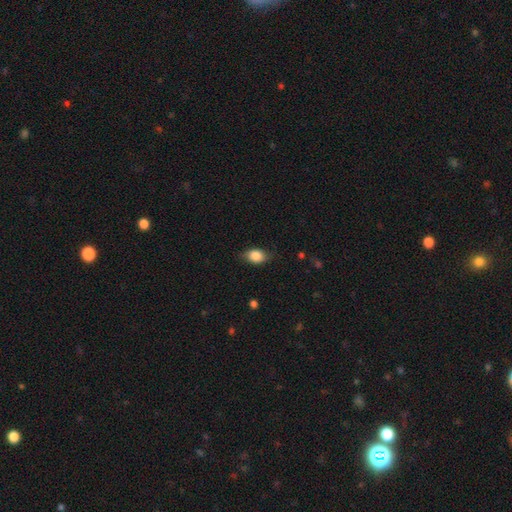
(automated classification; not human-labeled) smooth-or-featured: smooth: 82% | featured or disk: 10% | star or artifact: 7%
  how-rounded: in between: 79% | round: 19% | cigar-shaped: 2%
  merging: none: 73% | minor disturbance: 21% | major disturbance: 5% | merger: 1%